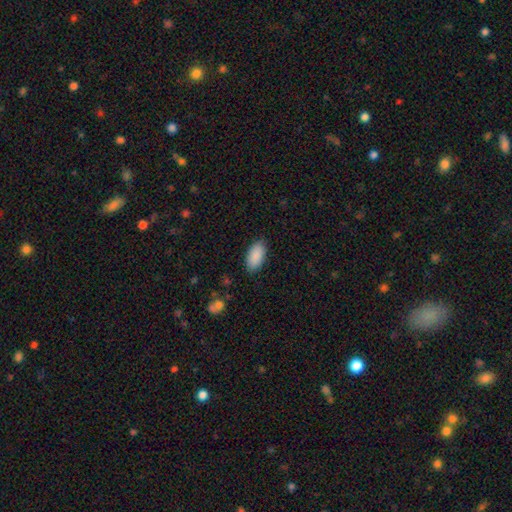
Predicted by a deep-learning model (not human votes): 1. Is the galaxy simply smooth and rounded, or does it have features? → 90% smooth, 6% star or artifact, 4% featured or disk.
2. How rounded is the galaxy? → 93% in between, 5% cigar-shaped, 2% round.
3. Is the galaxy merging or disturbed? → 87% none, 10% minor disturbance, 2% major disturbance, 1% merger.